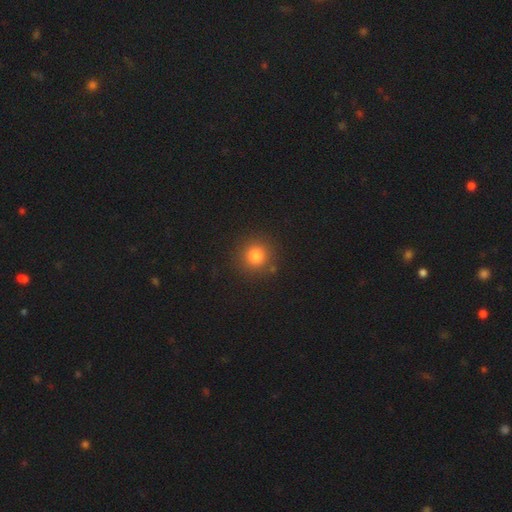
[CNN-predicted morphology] type=smooth (80%); roundness=round (93%); merging=none (88%).